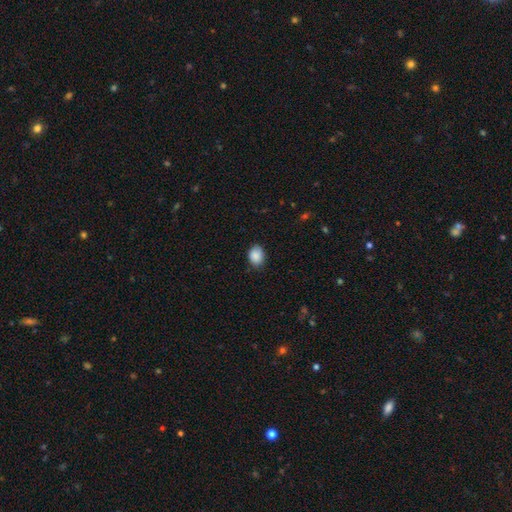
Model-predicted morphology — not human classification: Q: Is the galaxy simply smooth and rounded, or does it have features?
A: smooth — 88%.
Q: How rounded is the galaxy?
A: in between — 64%.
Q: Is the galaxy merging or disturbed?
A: none — 79%.